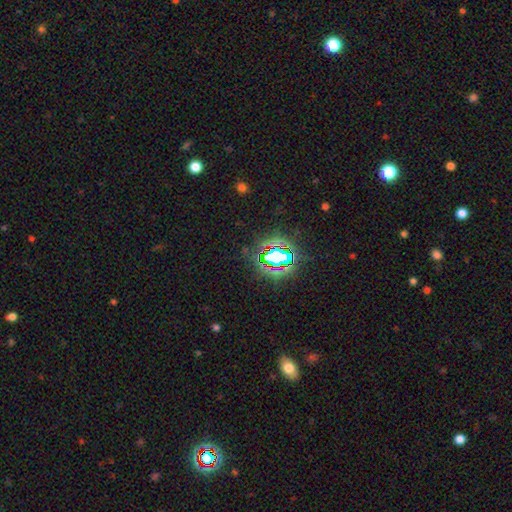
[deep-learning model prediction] Overall: star or artifact (81%).